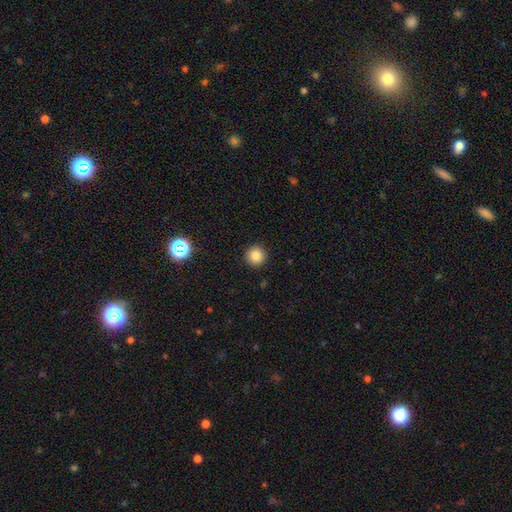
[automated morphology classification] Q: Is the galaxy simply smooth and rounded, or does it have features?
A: smooth — 83%.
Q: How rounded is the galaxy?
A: round — 96%.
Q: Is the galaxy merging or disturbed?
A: none — 93%.